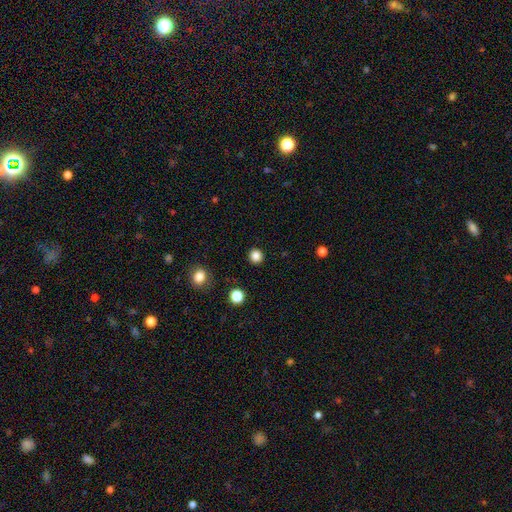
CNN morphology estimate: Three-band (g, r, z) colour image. It shows a smooth galaxy with no disk features (84%) that is round (92%). Merging: none (92%).